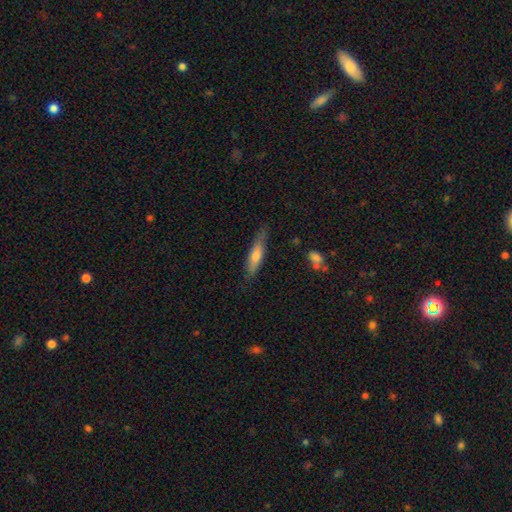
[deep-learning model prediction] A smooth galaxy with no disk features (55%) that is cigar-shaped (83%). Merging: none (80%).